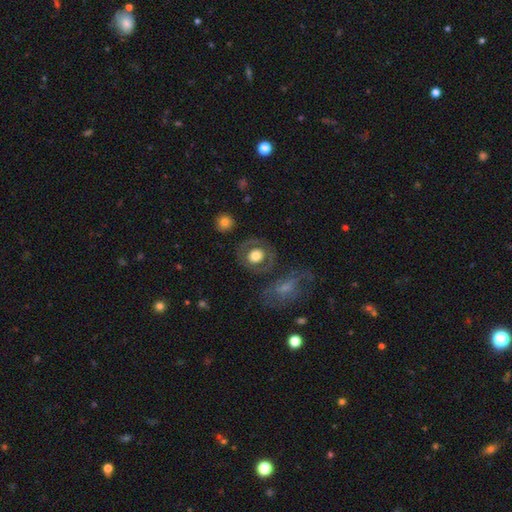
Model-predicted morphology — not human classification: The model was most divided on "smooth or featured": smooth: 56%, featured or disk: 37%, star or artifact: 7%. More confident: merging — none (79%); how rounded — round (78%).